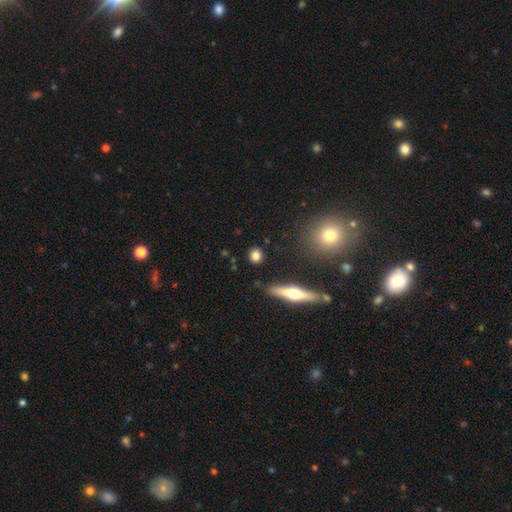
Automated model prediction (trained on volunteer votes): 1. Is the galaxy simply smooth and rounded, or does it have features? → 79% smooth, 12% featured or disk, 9% star or artifact.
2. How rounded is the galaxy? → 69% round, 25% in between, 6% cigar-shaped.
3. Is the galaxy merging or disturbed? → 87% none, 8% minor disturbance, 3% major disturbance, 2% merger.